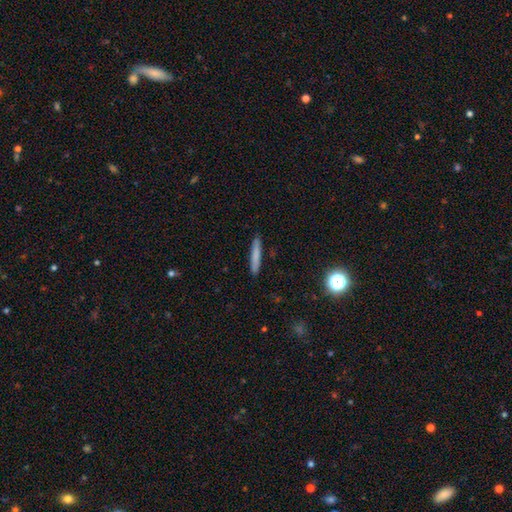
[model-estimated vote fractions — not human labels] The model was most divided on "smooth or featured": smooth: 77%, featured or disk: 15%, star or artifact: 8%. More confident: how rounded — cigar-shaped (94%); merging — none (89%).